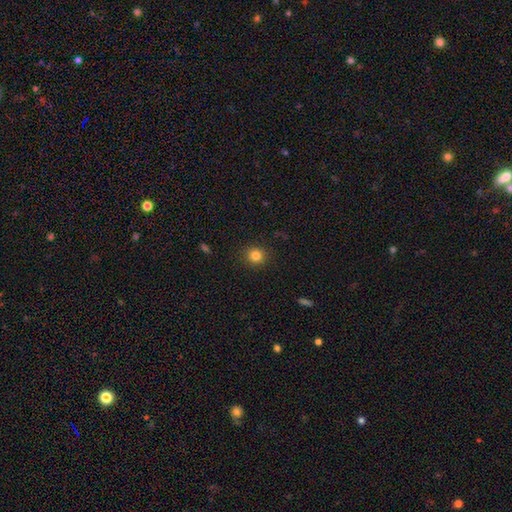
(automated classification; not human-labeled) Morphology: type=smooth (82%); roundness=round (91%); merging=none (91%).